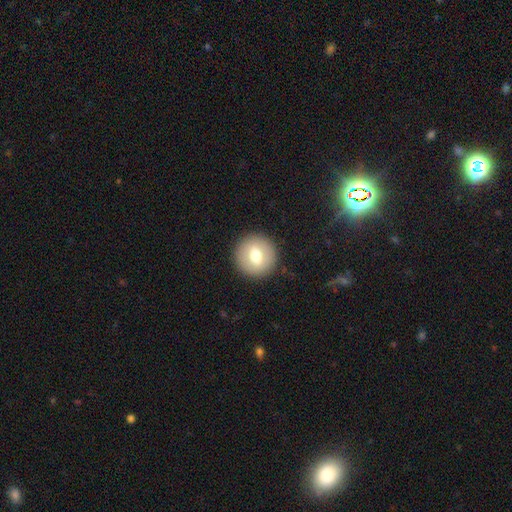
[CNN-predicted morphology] Smooth or featured: smooth — 68% (featured or disk — 24%)
How rounded: round — 93% (in between — 6%)
Merging: none — 91% (minor disturbance — 6%)